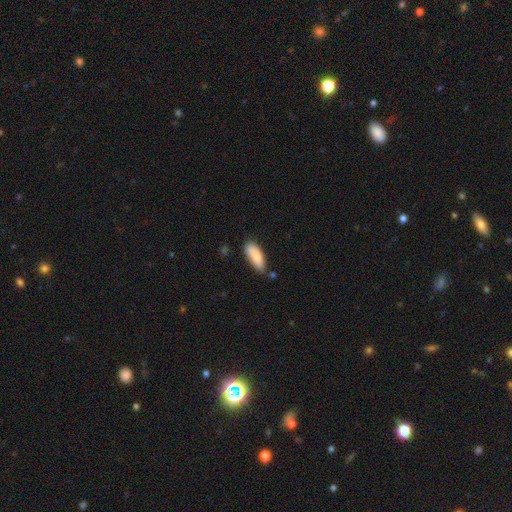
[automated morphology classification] Overall: smooth (84%). How rounded: in between (72%). Merging: none (67%).